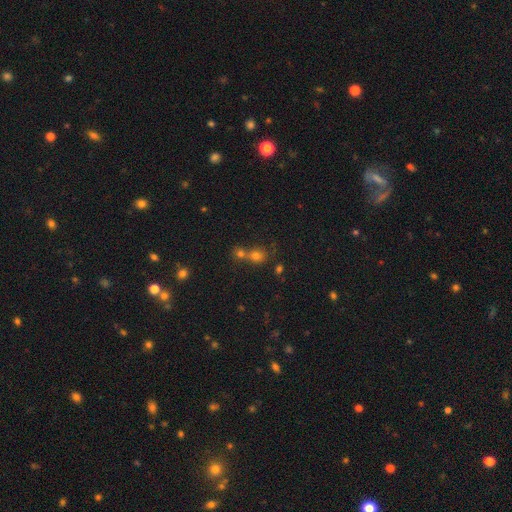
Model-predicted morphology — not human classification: Smooth or featured?
  - smooth: 69% *
  - star or artifact: 20%
  - featured or disk: 11%
How rounded?
  - round: 75% *
  - in between: 24%
  - cigar-shaped: 1%
Merging?
  - merger: 52% *
  - none: 37%
  - minor disturbance: 7%
  - major disturbance: 4%